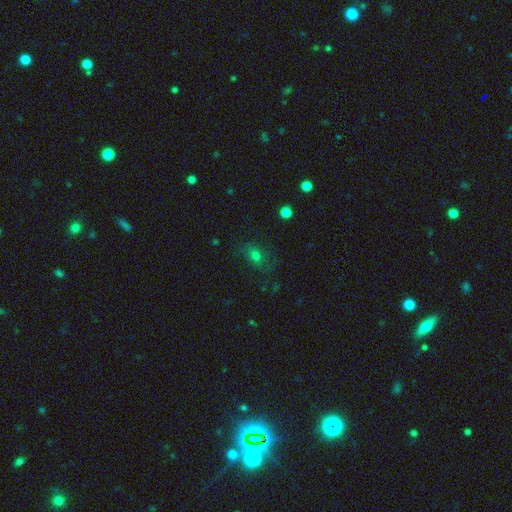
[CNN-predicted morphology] smooth 62%, featured or disk 19%, star or artifact 19%. Down the decision tree: how rounded — in between (67%); merging — none (64%).